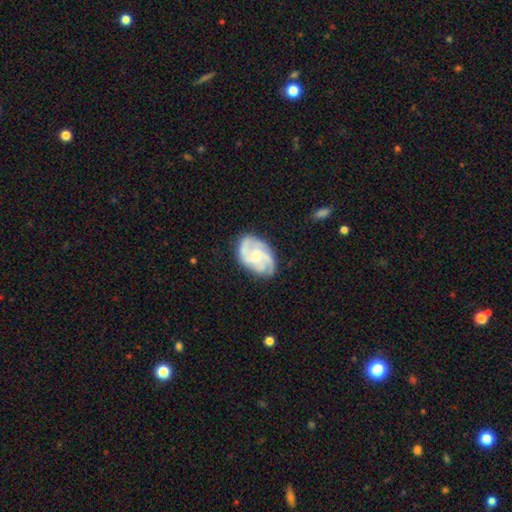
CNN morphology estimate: featured or disk 80%, smooth 15%, star or artifact 5%. Down the decision tree: edge-on disk — no (98%); bar — no (59%); spiral arms — yes (95%); spiral arm count — 3 (45%); spiral winding — medium (47%); bulge size — small (51%); merging — none (74%).